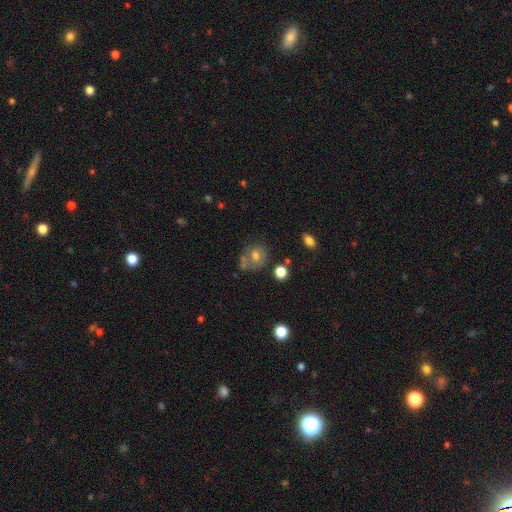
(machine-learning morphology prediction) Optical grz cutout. It shows a smooth galaxy with no disk features (59%) that is round (64%). Merging: none (48%).